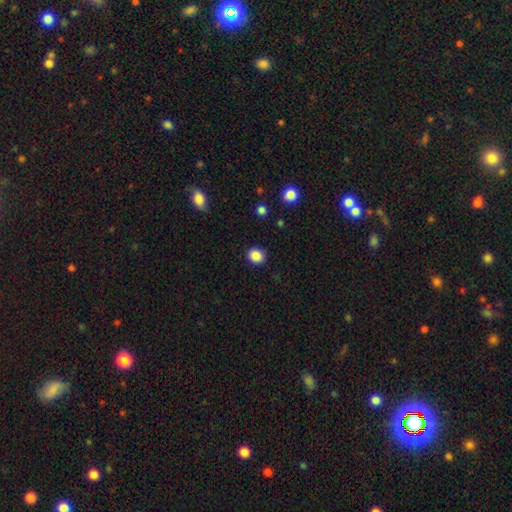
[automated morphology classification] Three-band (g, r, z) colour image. It shows a smooth galaxy with no disk features (87%) that is round (70%). Merging: none (90%).